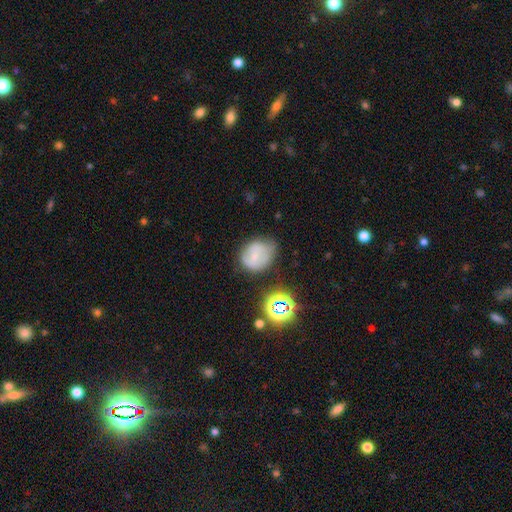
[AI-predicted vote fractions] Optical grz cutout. It shows a smooth galaxy with no disk features (52%) that is round (58%). Merging: none (52%).